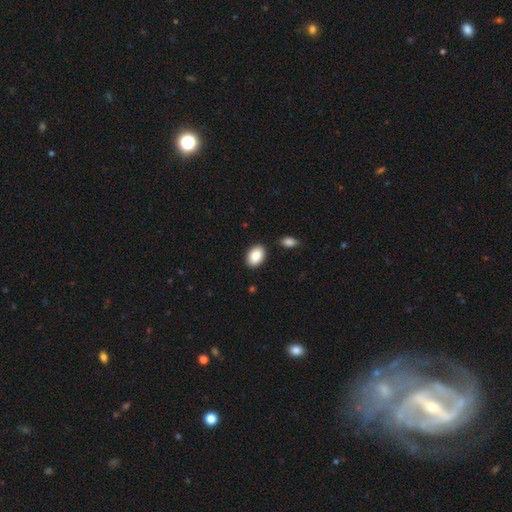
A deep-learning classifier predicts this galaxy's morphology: Overall: smooth (87%). How rounded: in between (88%). Merging: none (87%).